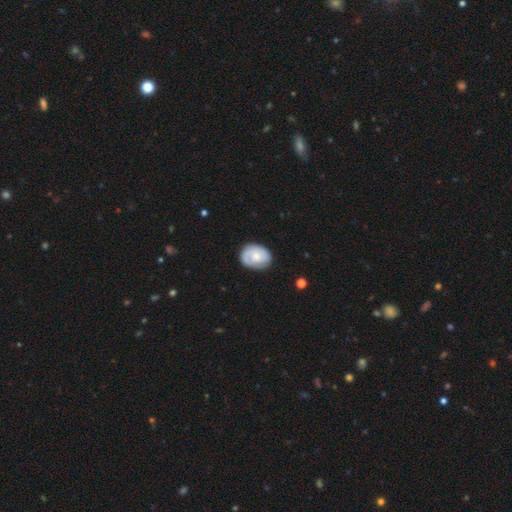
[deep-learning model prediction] Smooth or featured?
  - smooth: 53% *
  - featured or disk: 40%
  - star or artifact: 6%
How rounded?
  - in between: 59% *
  - round: 40%
  - cigar-shaped: 1%
Merging?
  - none: 71% *
  - minor disturbance: 22%
  - major disturbance: 5%
  - merger: 2%